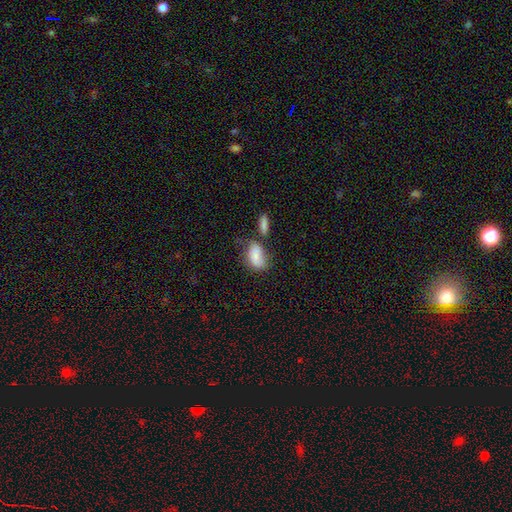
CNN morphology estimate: A smooth galaxy with no disk features (80%) that is in between round and cigar-shaped (90%). Merging: none (41%).